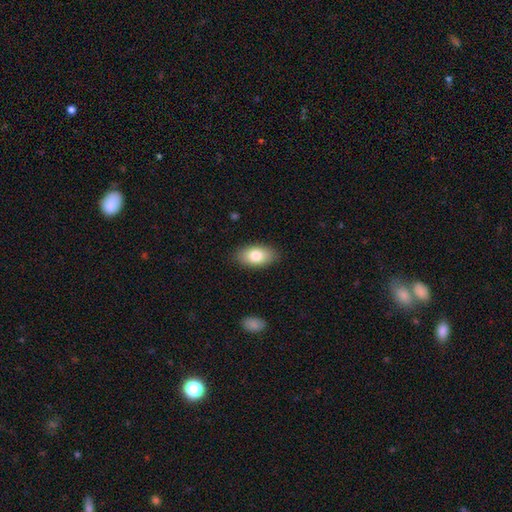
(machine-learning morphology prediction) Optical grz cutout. It shows a smooth galaxy with no disk features (82%) that is in between round and cigar-shaped (93%). Merging: none (86%).